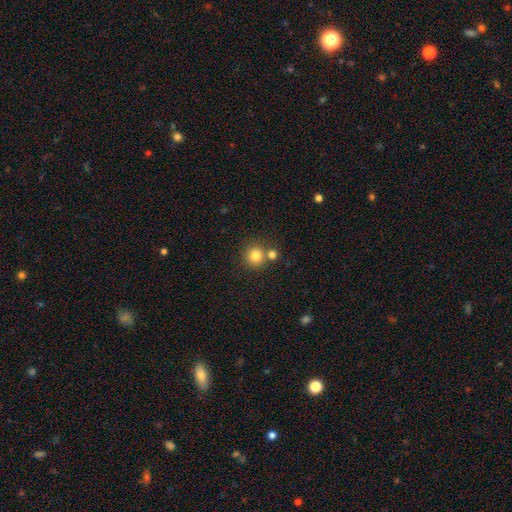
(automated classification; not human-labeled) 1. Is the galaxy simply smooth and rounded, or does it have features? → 81% smooth, 12% star or artifact, 7% featured or disk.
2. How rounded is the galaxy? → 92% round, 7% in between, 1% cigar-shaped.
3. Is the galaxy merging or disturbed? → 65% none, 25% merger, 7% minor disturbance, 3% major disturbance.